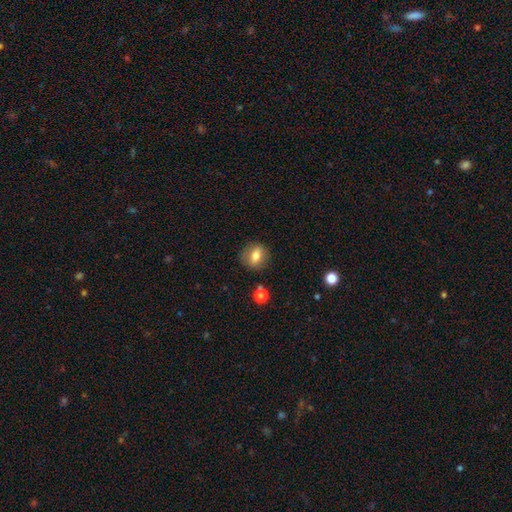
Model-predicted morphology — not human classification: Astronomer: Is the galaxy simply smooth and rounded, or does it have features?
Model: smooth — 72%.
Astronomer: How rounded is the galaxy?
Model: round — 56% (runner-up: in between, 42%).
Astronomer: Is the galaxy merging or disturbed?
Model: none — 82%.